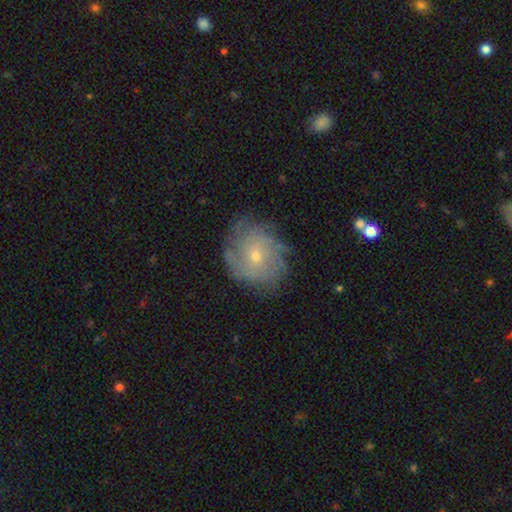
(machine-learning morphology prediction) Smooth or featured? Predicted: featured or disk (p=0.68). Edge-on disk? Predicted: no (p=0.97). Bar? Predicted: no (p=0.77). Spiral arms? Predicted: yes (p=0.86). Spiral winding? Predicted: tight (p=0.59). Spiral arm count? Predicted: can't tell (p=0.47). Bulge size? Predicted: small (p=0.64). Merging? Predicted: none (p=0.74).